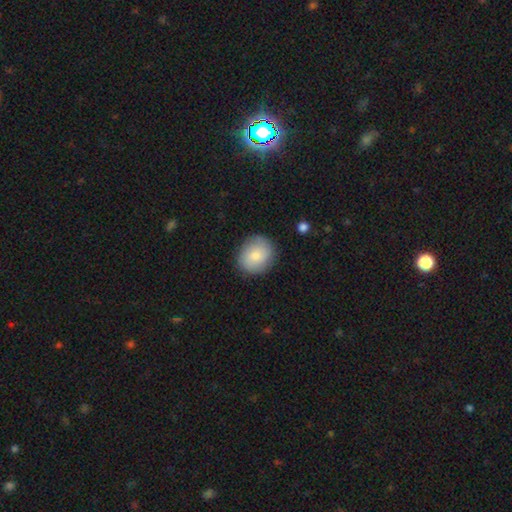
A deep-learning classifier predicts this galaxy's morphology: smooth 79%, featured or disk 15%, star or artifact 7%. Down the decision tree: how rounded — round (71%); merging — none (85%).